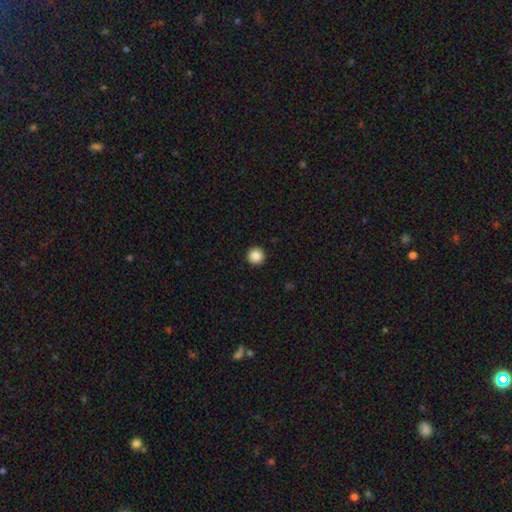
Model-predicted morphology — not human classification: Smooth or featured? Predicted: smooth (p=0.87). How rounded? Predicted: round (p=0.96). Merging? Predicted: none (p=0.94).